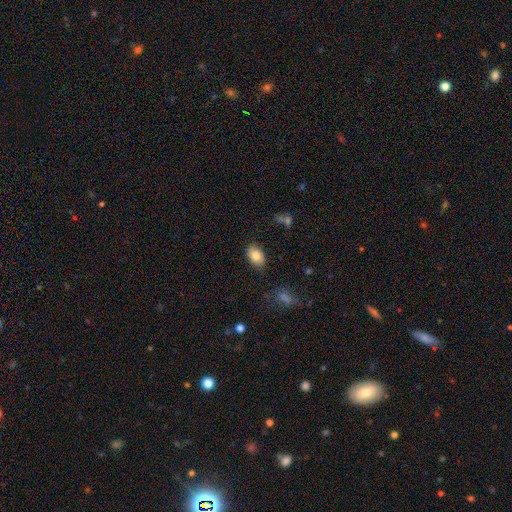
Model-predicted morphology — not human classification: Smooth or featured?
  - smooth: 79% *
  - featured or disk: 13%
  - star or artifact: 7%
How rounded?
  - in between: 90% *
  - round: 9%
  - cigar-shaped: 1%
Merging?
  - none: 83% *
  - minor disturbance: 13%
  - major disturbance: 3%
  - merger: 2%